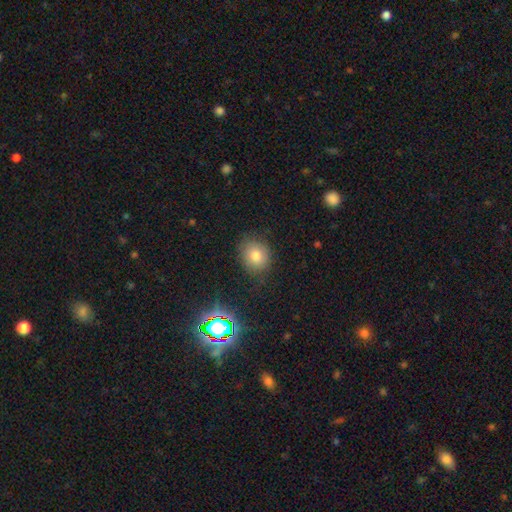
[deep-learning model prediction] Smooth or featured? smooth (75%)
How rounded? round (71%)
Merging? none (80%)